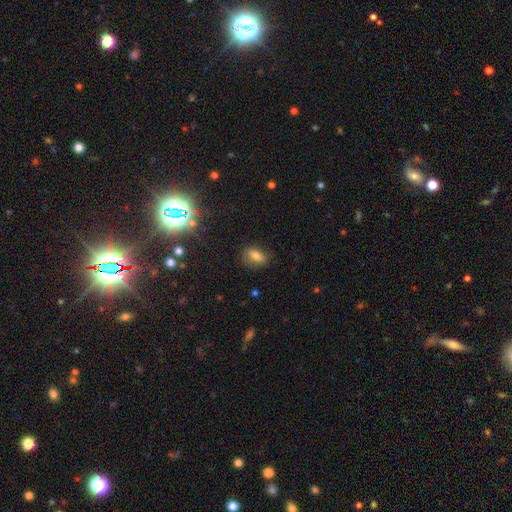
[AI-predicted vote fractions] Smooth or featured?
  - smooth: 71% *
  - star or artifact: 16%
  - featured or disk: 13%
How rounded?
  - in between: 82% *
  - round: 13%
  - cigar-shaped: 5%
Merging?
  - none: 72% *
  - minor disturbance: 20%
  - major disturbance: 7%
  - merger: 2%